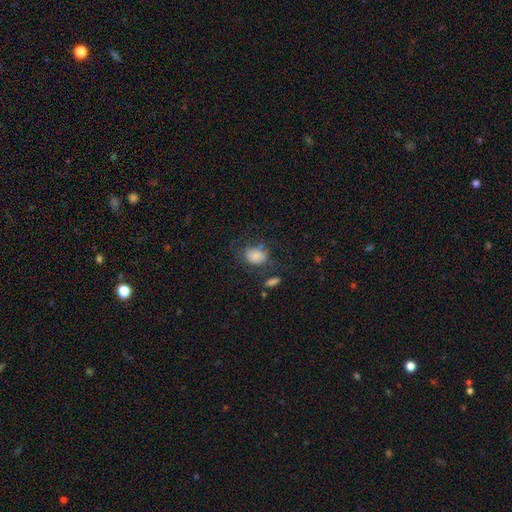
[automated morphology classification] smooth-or-featured: smooth: 76% | featured or disk: 13% | star or artifact: 10%
  how-rounded: in between: 67% | round: 32% | cigar-shaped: 1%
  merging: none: 52% | minor disturbance: 24% | major disturbance: 17% | merger: 8%